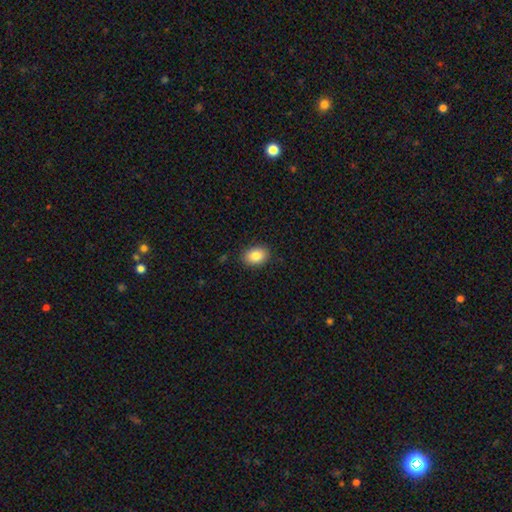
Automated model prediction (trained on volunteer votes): smooth_or_featured: smooth (p=0.85) [alt: star or artifact p=0.08]
how_rounded: in between (p=0.78) [alt: round p=0.21]
merging: none (p=0.89) [alt: minor disturbance p=0.08]